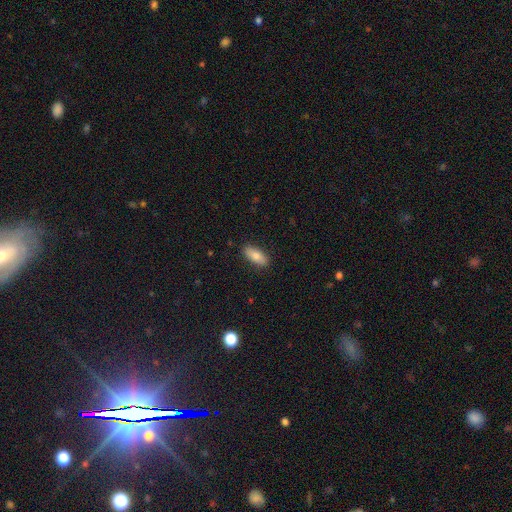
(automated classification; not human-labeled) This is likely a smooth galaxy (80%). How rounded: clearly in between (80%). Merging: clearly none (88%).